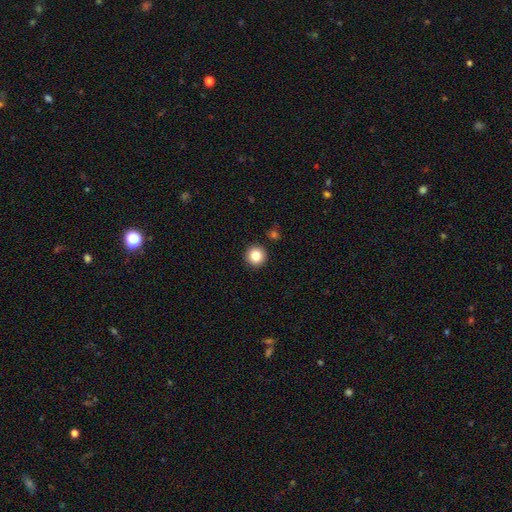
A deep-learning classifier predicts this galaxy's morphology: Smooth or featured?
  - smooth: 84% *
  - star or artifact: 10%
  - featured or disk: 5%
How rounded?
  - round: 95% *
  - in between: 4%
  - cigar-shaped: 1%
Merging?
  - none: 92% *
  - minor disturbance: 5%
  - merger: 2%
  - major disturbance: 2%